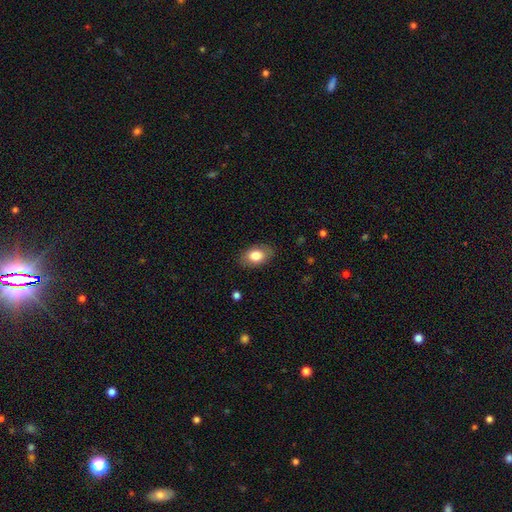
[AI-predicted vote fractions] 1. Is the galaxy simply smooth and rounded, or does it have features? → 81% smooth, 12% featured or disk, 7% star or artifact.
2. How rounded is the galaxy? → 88% in between, 11% round, 1% cigar-shaped.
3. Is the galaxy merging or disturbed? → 85% none, 11% minor disturbance, 3% major disturbance, 1% merger.